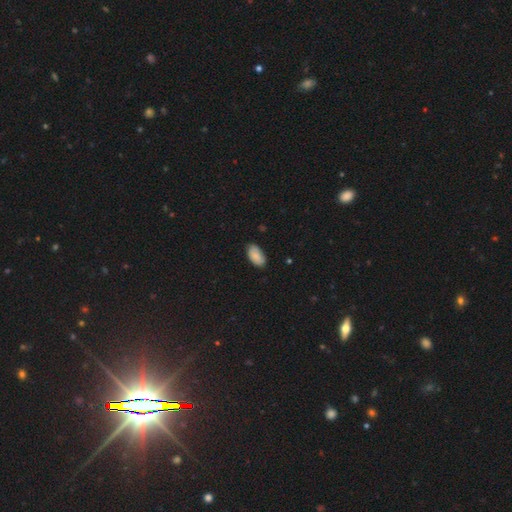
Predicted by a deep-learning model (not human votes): The model was most divided on "merging": none: 84%, minor disturbance: 13%, major disturbance: 2%, merger: 1%. More confident: how rounded — in between (95%); smooth or featured — smooth (87%).